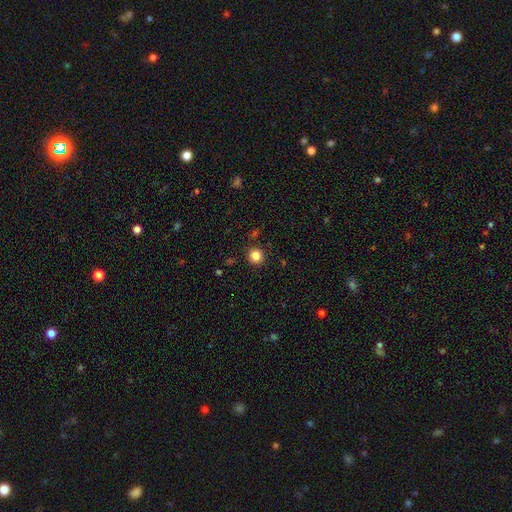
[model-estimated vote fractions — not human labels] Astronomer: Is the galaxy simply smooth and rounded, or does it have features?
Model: smooth — 84%.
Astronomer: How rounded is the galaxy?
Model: round — 94%.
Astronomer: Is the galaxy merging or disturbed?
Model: none — 91%.